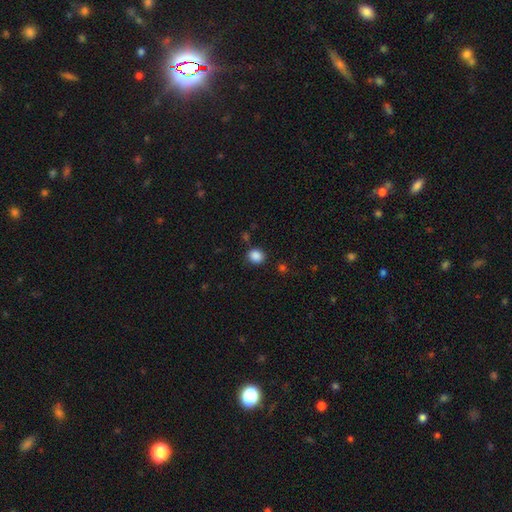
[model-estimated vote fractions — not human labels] This is clearly a smooth galaxy (87%). How rounded: likely round (78%). Merging: clearly none (84%).